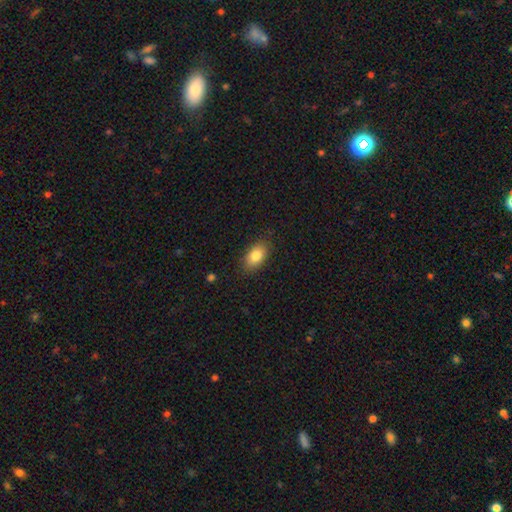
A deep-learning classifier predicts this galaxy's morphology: This appears to be a smooth galaxy with no disk features (83%) that is in between round and cigar-shaped (89%). Merging: none (85%).